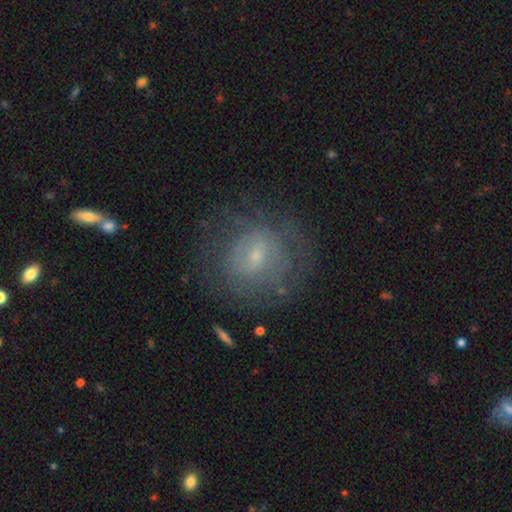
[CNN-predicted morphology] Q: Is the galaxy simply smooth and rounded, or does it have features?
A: featured or disk — 52%.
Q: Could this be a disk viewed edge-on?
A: no — 96%.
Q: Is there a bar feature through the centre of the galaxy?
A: weak — 47%.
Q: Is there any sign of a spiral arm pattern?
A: yes — 53%.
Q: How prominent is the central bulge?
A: small — 70%.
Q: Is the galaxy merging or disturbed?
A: none — 68%.